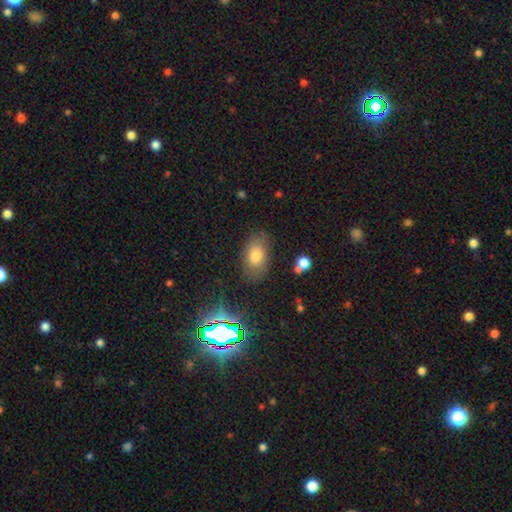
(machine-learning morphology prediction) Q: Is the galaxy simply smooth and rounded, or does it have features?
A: smooth — 74%.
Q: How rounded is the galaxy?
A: in between — 88%.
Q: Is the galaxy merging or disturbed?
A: none — 76%.